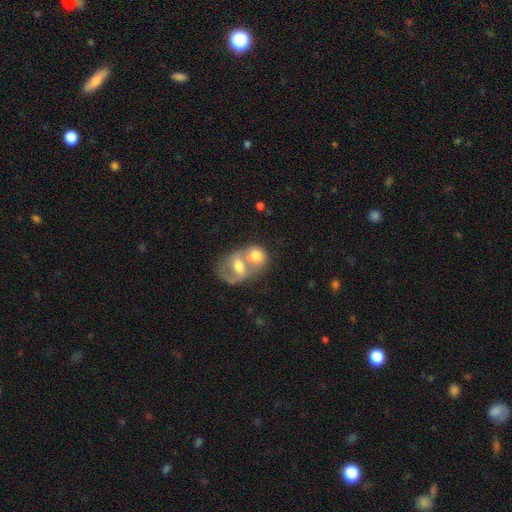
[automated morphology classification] Smooth or featured?
  - smooth: 55% *
  - featured or disk: 37%
  - star or artifact: 8%
How rounded?
  - in between: 53% *
  - round: 45%
  - cigar-shaped: 2%
Merging?
  - merger: 72% *
  - none: 17%
  - minor disturbance: 7%
  - major disturbance: 5%